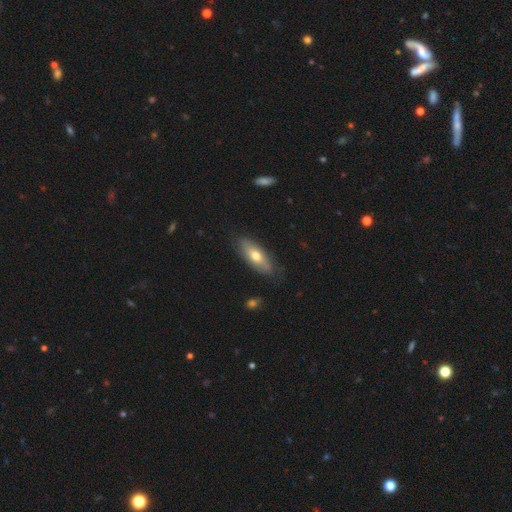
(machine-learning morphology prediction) Smooth or featured? Predicted: smooth (p=0.61). How rounded? Predicted: in between (p=0.74). Merging? Predicted: none (p=0.78).